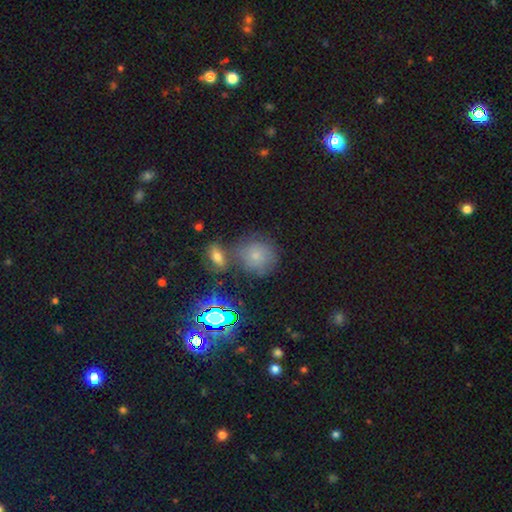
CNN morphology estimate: This is likely a smooth galaxy (60%). How rounded: clearly round (82%). Merging: likely none (63%).